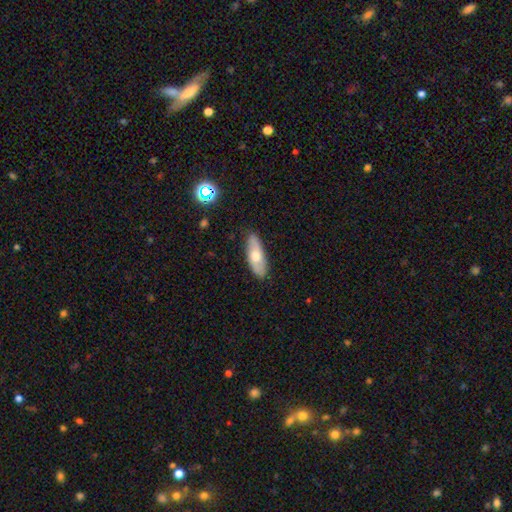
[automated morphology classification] smooth 63%, featured or disk 31%, star or artifact 6%. Down the decision tree: how rounded — in between (67%); merging — none (84%).